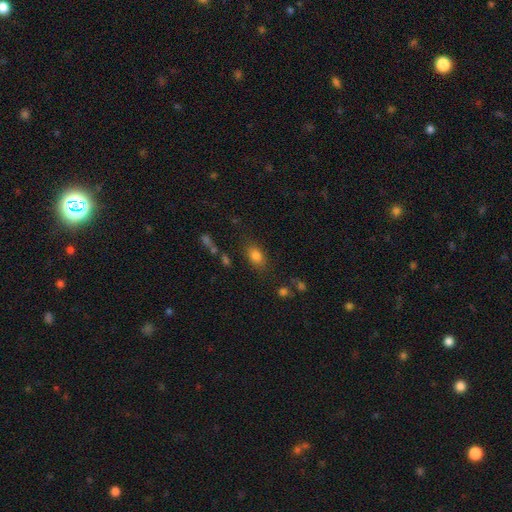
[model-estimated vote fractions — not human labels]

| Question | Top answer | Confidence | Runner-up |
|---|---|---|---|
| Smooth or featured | smooth | 80% | star or artifact (11%) |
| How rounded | in between | 81% | round (16%) |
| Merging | none | 78% | minor disturbance (14%) |